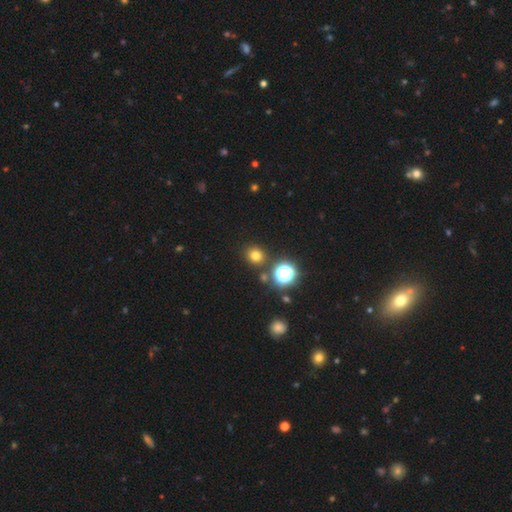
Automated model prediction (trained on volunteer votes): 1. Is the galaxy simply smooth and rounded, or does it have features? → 71% smooth, 22% star or artifact, 7% featured or disk.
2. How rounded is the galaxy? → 84% round, 15% in between, 1% cigar-shaped.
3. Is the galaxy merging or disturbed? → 85% none, 7% minor disturbance, 6% merger, 3% major disturbance.